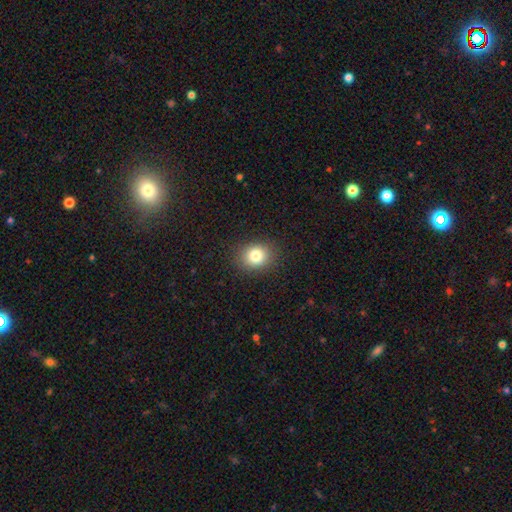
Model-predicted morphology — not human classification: This is clearly a smooth galaxy (81%). How rounded: likely round (64%). Merging: clearly none (88%).